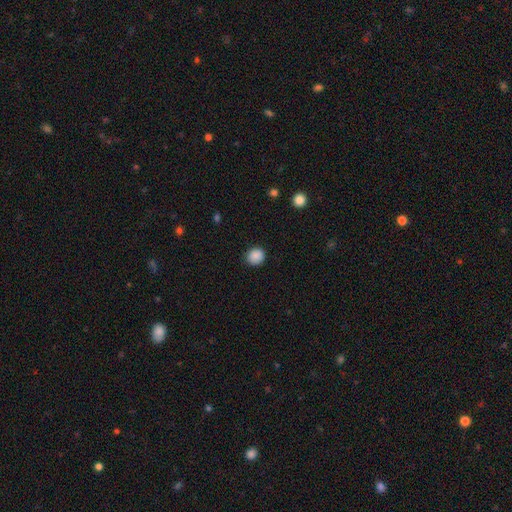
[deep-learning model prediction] Smooth or featured: smooth — 88% (star or artifact — 9%)
How rounded: round — 85% (in between — 14%)
Merging: none — 87% (minor disturbance — 10%)